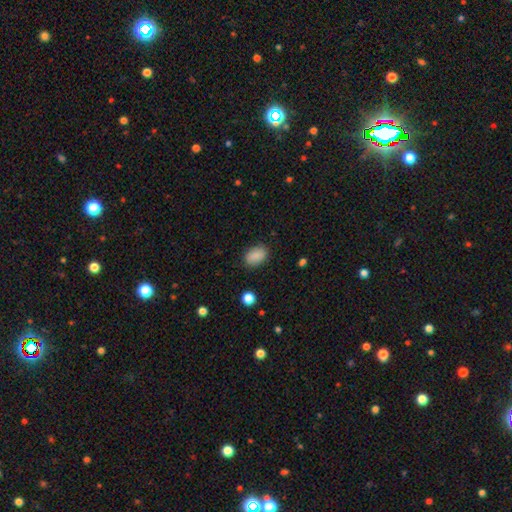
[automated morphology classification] Smooth or featured?
  - smooth: 88% *
  - star or artifact: 8%
  - featured or disk: 4%
How rounded?
  - in between: 86% *
  - round: 12%
  - cigar-shaped: 2%
Merging?
  - none: 84% *
  - minor disturbance: 12%
  - major disturbance: 3%
  - merger: 1%